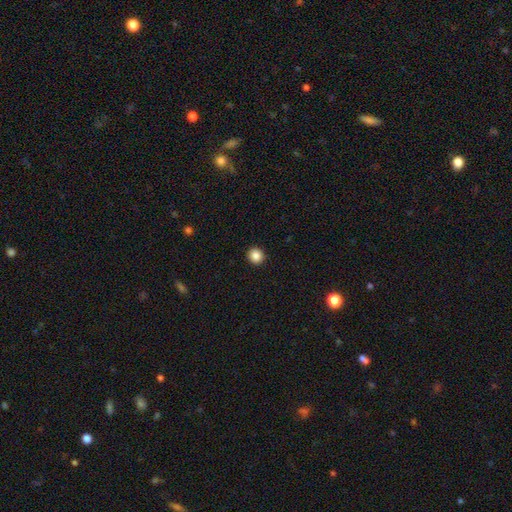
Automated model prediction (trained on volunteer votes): This is clearly a smooth galaxy (86%). How rounded: clearly round (93%). Merging: clearly none (93%).